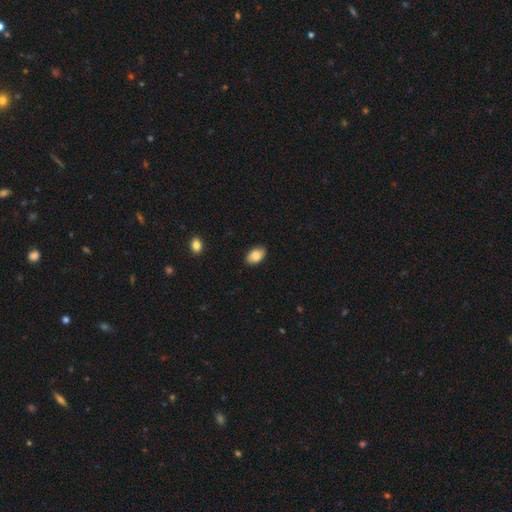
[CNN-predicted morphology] type=smooth (82%); roundness=in between (93%); merging=none (86%).